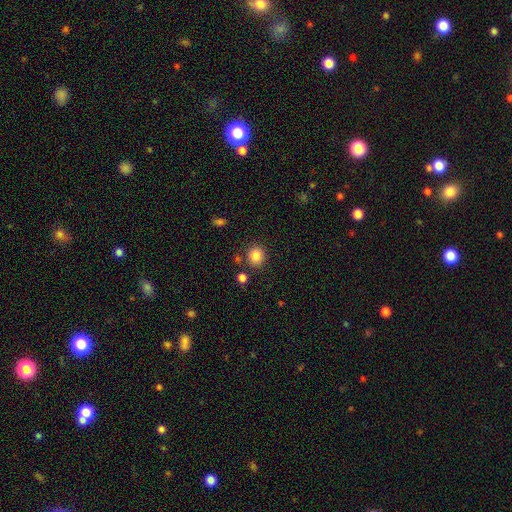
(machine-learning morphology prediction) Smooth or featured?
  - smooth: 85% *
  - star or artifact: 10%
  - featured or disk: 4%
How rounded?
  - round: 81% *
  - in between: 19%
  - cigar-shaped: 1%
Merging?
  - none: 83% *
  - minor disturbance: 9%
  - merger: 5%
  - major disturbance: 3%